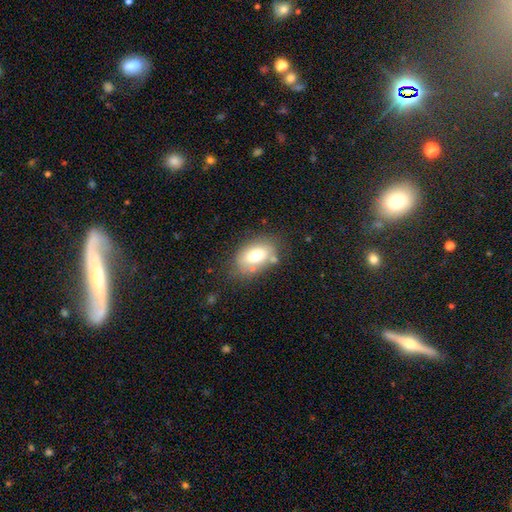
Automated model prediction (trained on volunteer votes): Smooth or featured: smooth — 71% (featured or disk — 20%)
How rounded: in between — 87% (round — 12%)
Merging: none — 70% (minor disturbance — 18%)